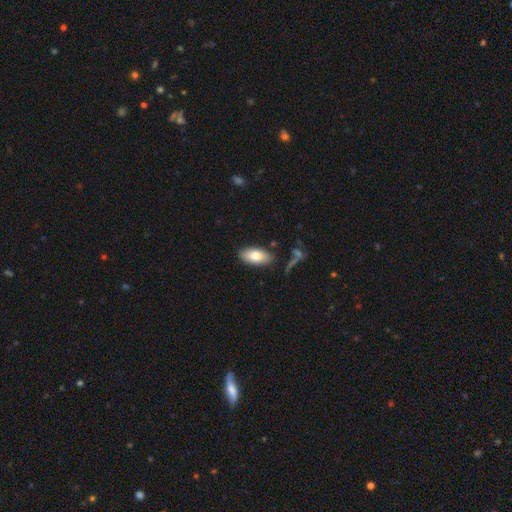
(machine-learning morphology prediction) smooth 76%, featured or disk 18%, star or artifact 7%. Down the decision tree: how rounded — in between (90%); merging — none (85%).